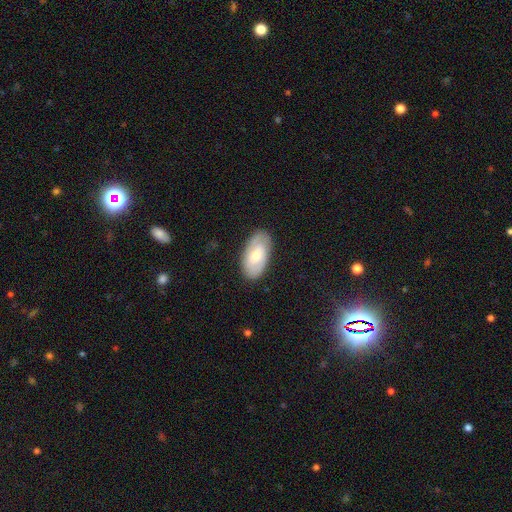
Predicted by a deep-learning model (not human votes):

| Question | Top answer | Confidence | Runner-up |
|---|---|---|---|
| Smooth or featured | smooth | 51% | featured or disk (44%) |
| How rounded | in between | 94% | round (4%) |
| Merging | none | 84% | minor disturbance (12%) |